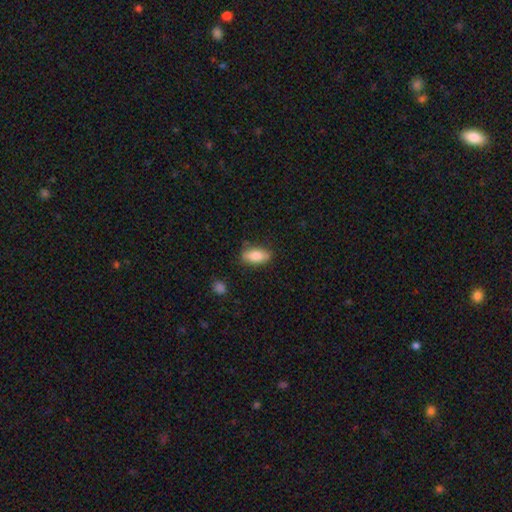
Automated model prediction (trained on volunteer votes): Overall: smooth (83%). How rounded: in between (87%). Merging: none (78%).